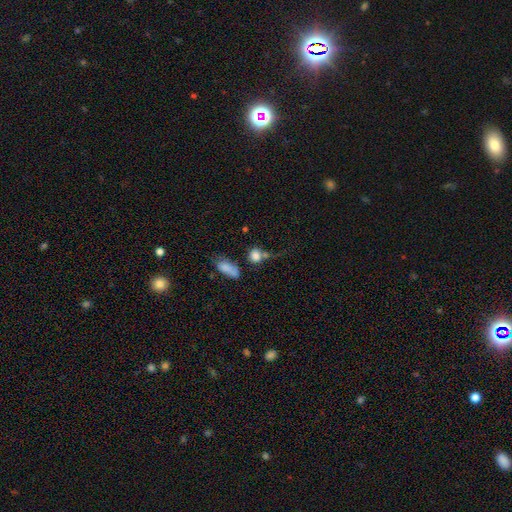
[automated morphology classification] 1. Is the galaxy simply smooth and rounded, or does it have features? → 80% smooth, 12% star or artifact, 9% featured or disk.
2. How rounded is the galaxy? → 69% round, 27% in between, 4% cigar-shaped.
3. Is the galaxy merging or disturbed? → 46% none, 27% merger, 15% minor disturbance, 12% major disturbance.